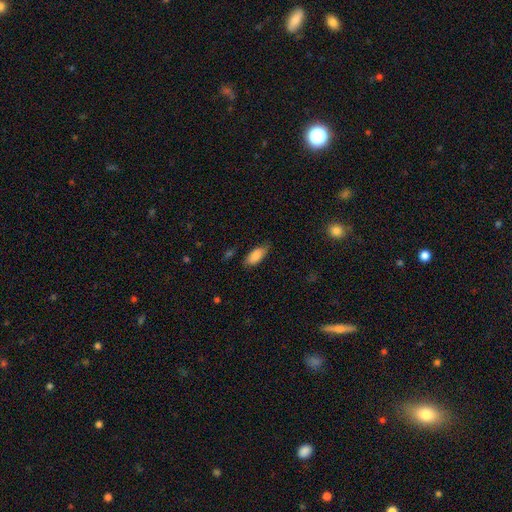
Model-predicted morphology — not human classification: This appears to be a smooth galaxy with no disk features (84%) that is in between round and cigar-shaped (86%). Merging: none (72%).